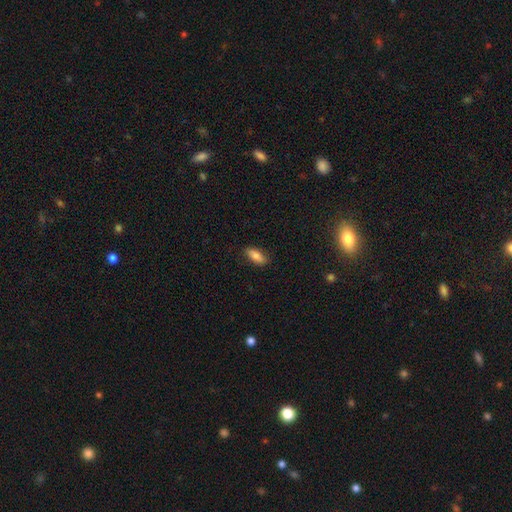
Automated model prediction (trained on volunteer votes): This appears to be a smooth galaxy with no disk features (82%) that is in between round and cigar-shaped (73%). Merging: none (85%).